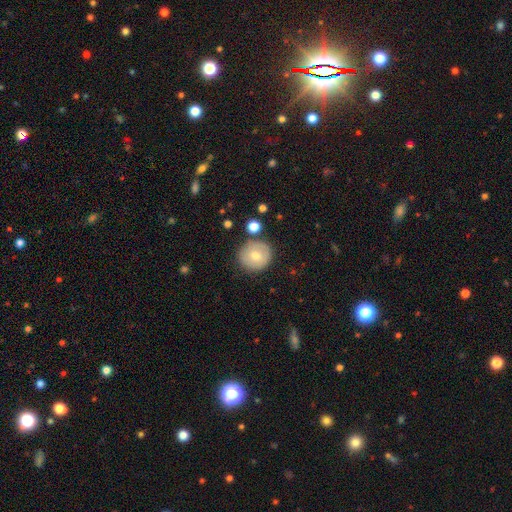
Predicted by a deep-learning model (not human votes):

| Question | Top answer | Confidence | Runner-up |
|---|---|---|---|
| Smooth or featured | smooth | 70% | featured or disk (22%) |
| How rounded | round | 90% | in between (9%) |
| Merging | none | 79% | minor disturbance (12%) |